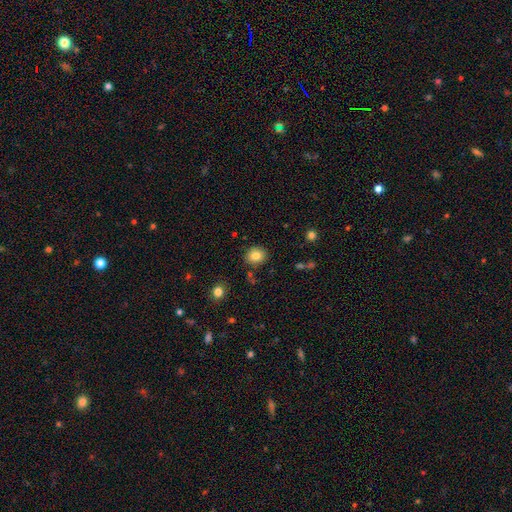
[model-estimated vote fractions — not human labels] smooth_or_featured: smooth (p=0.81) [alt: star or artifact p=0.10]
how_rounded: round (p=0.73) [alt: in between p=0.26]
merging: none (p=0.87) [alt: minor disturbance p=0.08]